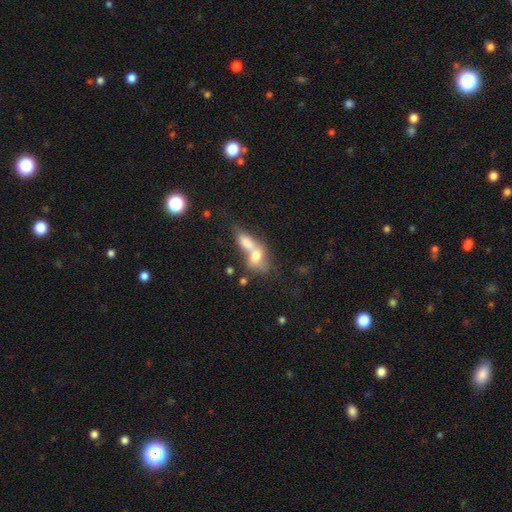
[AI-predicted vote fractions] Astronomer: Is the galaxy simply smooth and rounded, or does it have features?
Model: smooth — 68%.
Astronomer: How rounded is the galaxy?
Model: in between — 76%.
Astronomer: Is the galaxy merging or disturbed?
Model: merger — 77%.